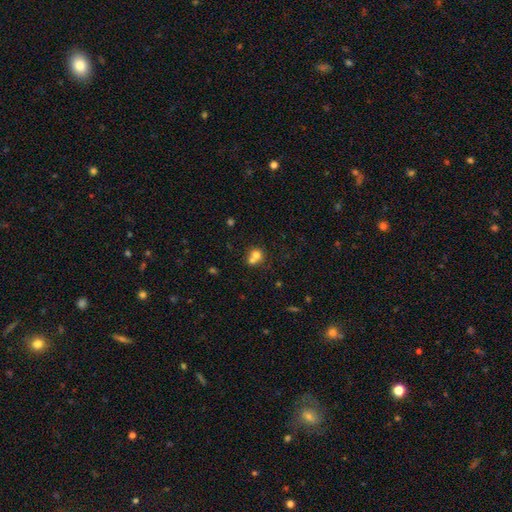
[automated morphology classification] type=smooth (70%); roundness=round (80%); merging=merger (57%).